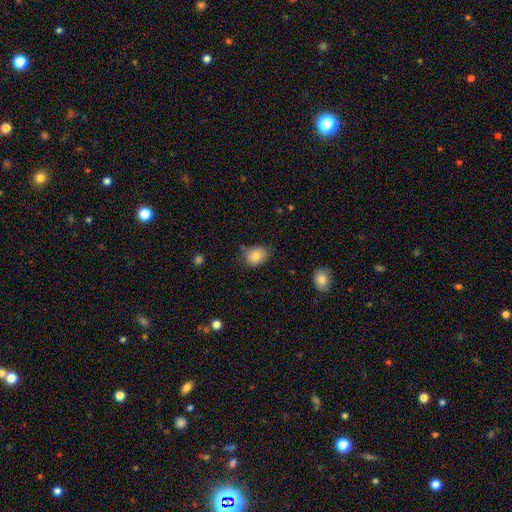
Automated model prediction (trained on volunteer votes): Overall: smooth (82%). How rounded: in between (54%; round 45%). Merging: none (74%).